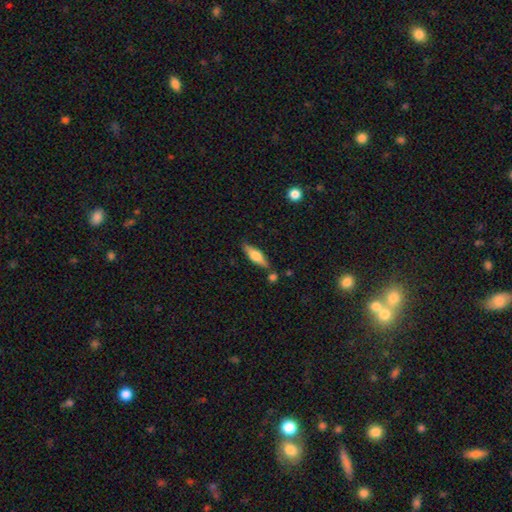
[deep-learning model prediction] Smooth or featured? smooth (57%)
How rounded? cigar-shaped (57%)
Merging? none (75%)